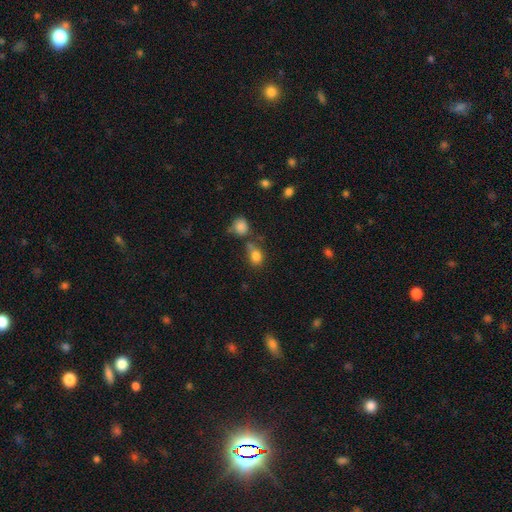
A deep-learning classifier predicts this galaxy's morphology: Q: Smooth or featured?
A: smooth (81%); runner-up: star or artifact (12%)
Q: How rounded?
A: in between (55%); runner-up: round (43%)
Q: Merging?
A: none (54%); runner-up: merger (21%)